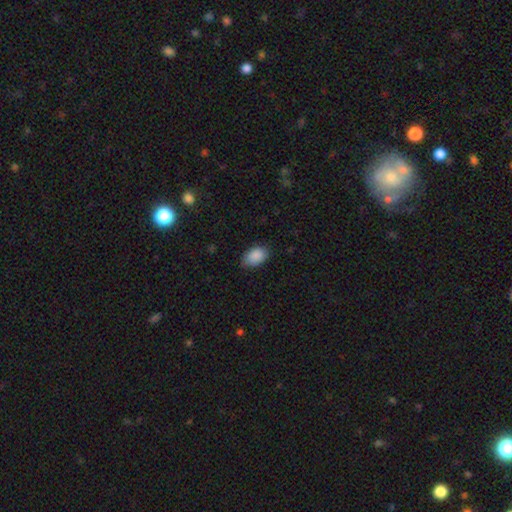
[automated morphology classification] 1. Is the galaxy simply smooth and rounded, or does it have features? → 89% smooth, 7% star or artifact, 4% featured or disk.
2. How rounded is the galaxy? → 90% in between, 8% round, 1% cigar-shaped.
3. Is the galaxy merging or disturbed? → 77% none, 19% minor disturbance, 3% major disturbance, 1% merger.